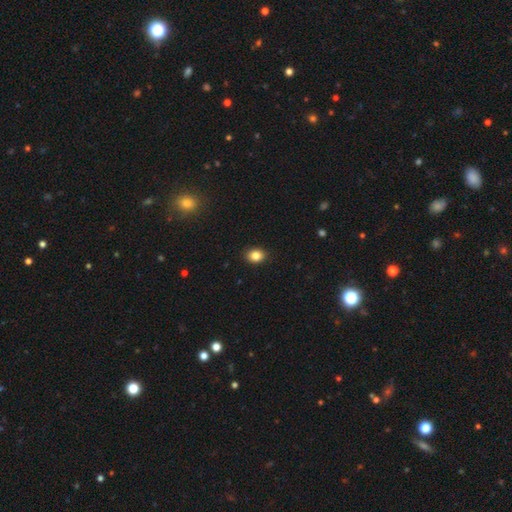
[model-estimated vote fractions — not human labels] Smooth or featured: smooth — 84% (star or artifact — 10%)
How rounded: in between — 54% (round — 45%)
Merging: none — 90% (minor disturbance — 7%)